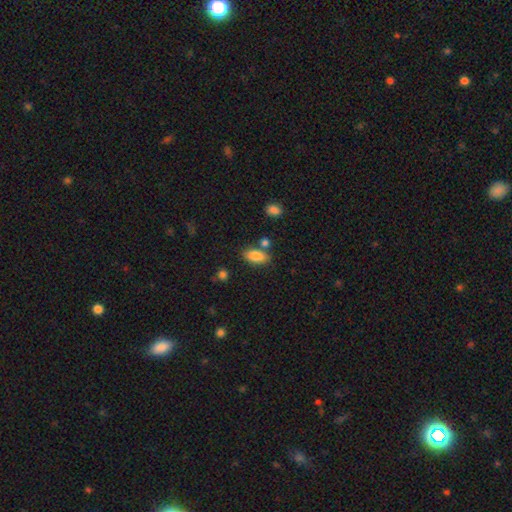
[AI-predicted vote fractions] Smooth or featured? Predicted: smooth (p=0.85). How rounded? Predicted: in between (p=0.88). Merging? Predicted: none (p=0.72).